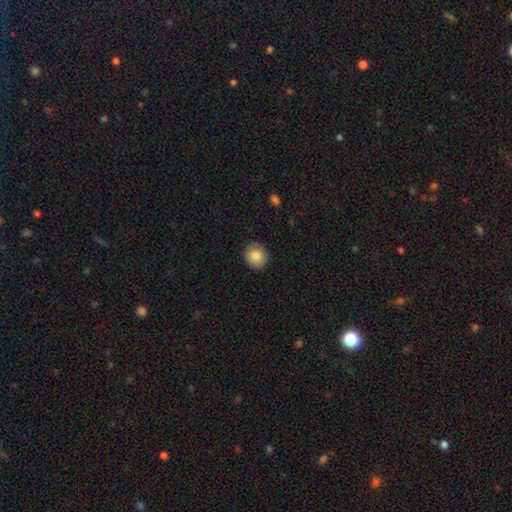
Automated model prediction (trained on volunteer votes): Smooth or featured?
  - smooth: 84% *
  - star or artifact: 8%
  - featured or disk: 8%
How rounded?
  - round: 86% *
  - in between: 13%
  - cigar-shaped: 1%
Merging?
  - none: 90% *
  - minor disturbance: 7%
  - major disturbance: 2%
  - merger: 1%